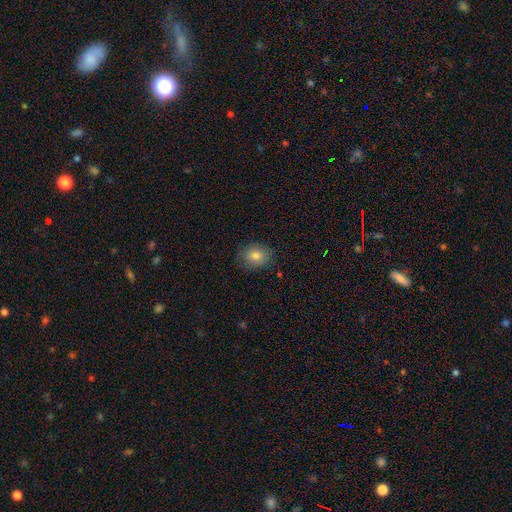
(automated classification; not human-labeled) Smooth or featured?
  - smooth: 81% *
  - star or artifact: 10%
  - featured or disk: 9%
How rounded?
  - round: 53% *
  - in between: 46%
  - cigar-shaped: 1%
Merging?
  - none: 83% *
  - minor disturbance: 13%
  - major disturbance: 3%
  - merger: 1%